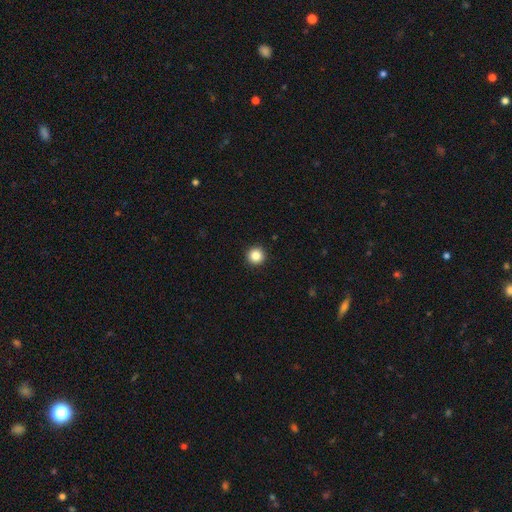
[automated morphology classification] Smooth or featured? Predicted: smooth (p=0.86). How rounded? Predicted: round (p=0.96). Merging? Predicted: none (p=0.94).